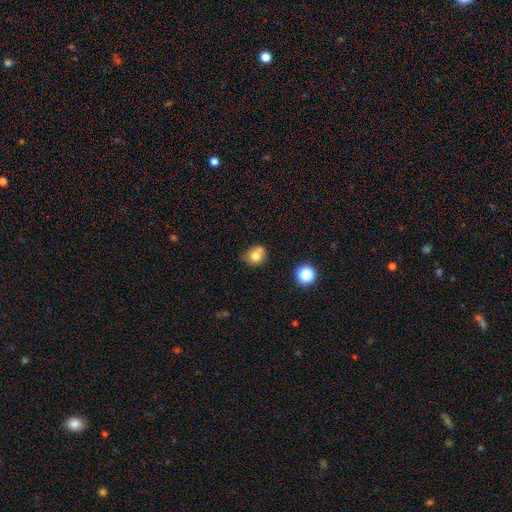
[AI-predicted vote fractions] This appears to be a smooth galaxy with no disk features (75%) that is round (75%). Merging: none (51%).